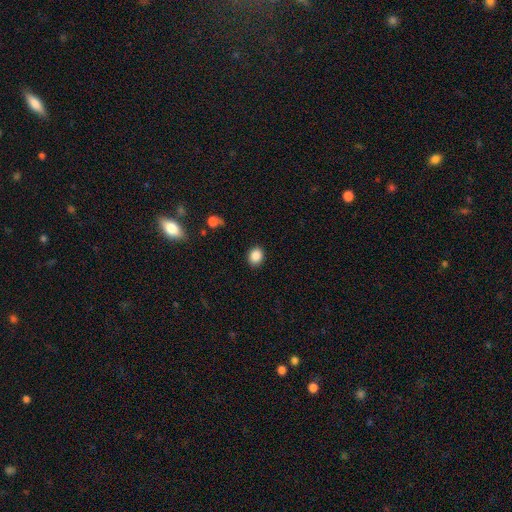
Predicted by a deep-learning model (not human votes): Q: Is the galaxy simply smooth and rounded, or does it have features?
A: smooth — 87%.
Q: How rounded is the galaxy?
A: round — 56%.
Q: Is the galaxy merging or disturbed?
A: none — 89%.